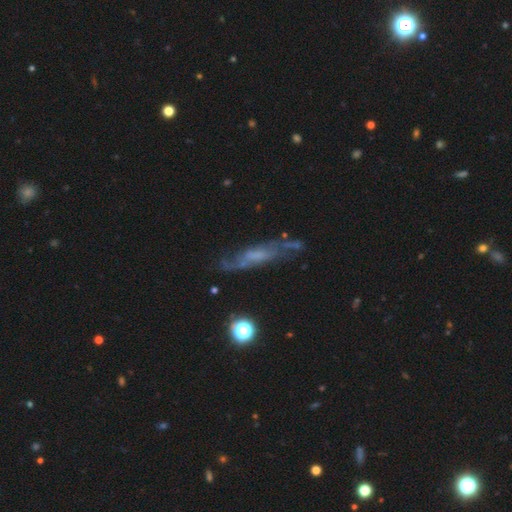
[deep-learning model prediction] smooth_or_featured: featured or disk (p=0.68) [alt: smooth p=0.21]
disk_edge_on: no (p=0.65) [alt: yes p=0.35]
merging: none (p=0.62) [alt: minor disturbance p=0.22]